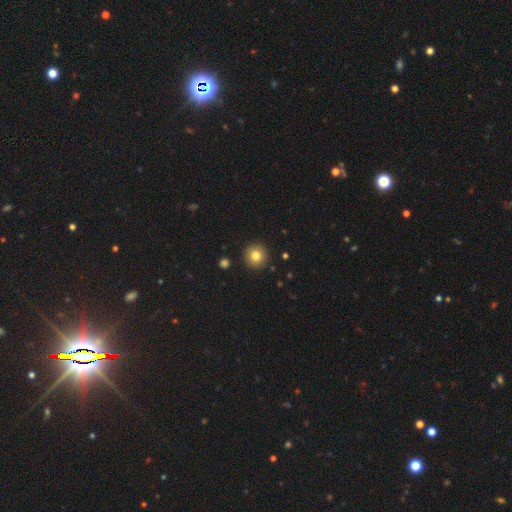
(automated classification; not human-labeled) smooth_or_featured: smooth (p=0.81) [alt: star or artifact p=0.11]
how_rounded: round (p=0.94) [alt: in between p=0.05]
merging: none (p=0.92) [alt: minor disturbance p=0.05]